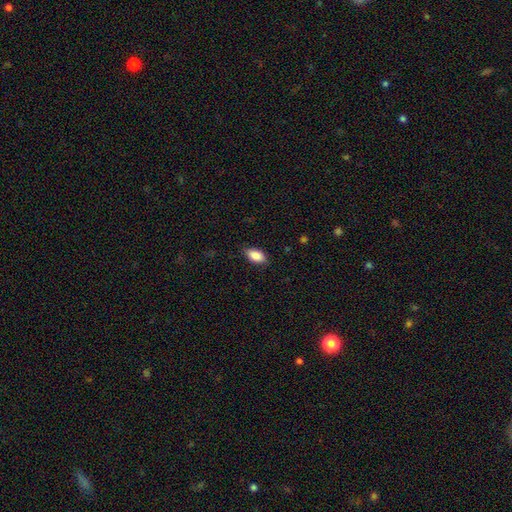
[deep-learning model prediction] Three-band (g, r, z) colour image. It shows a smooth galaxy with no disk features (87%) that is in between round and cigar-shaped (92%). Merging: none (84%).